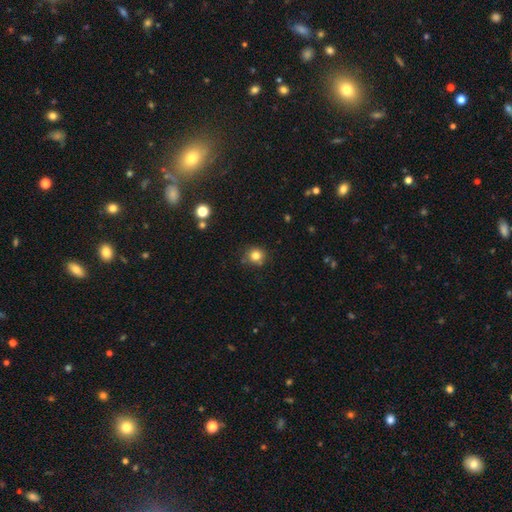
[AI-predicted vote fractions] Smooth or featured?
  - smooth: 81% *
  - star or artifact: 13%
  - featured or disk: 7%
How rounded?
  - round: 90% *
  - in between: 9%
  - cigar-shaped: 1%
Merging?
  - none: 81% *
  - minor disturbance: 11%
  - merger: 5%
  - major disturbance: 3%